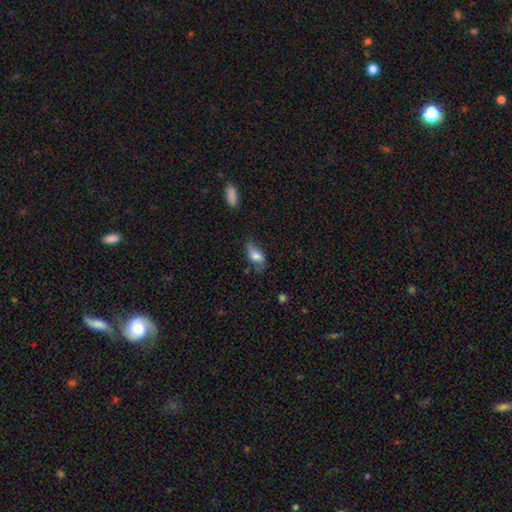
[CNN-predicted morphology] Q: Smooth or featured?
A: smooth (65%); runner-up: featured or disk (27%)
Q: How rounded?
A: in between (87%); runner-up: cigar-shaped (8%)
Q: Merging?
A: none (63%); runner-up: minor disturbance (26%)